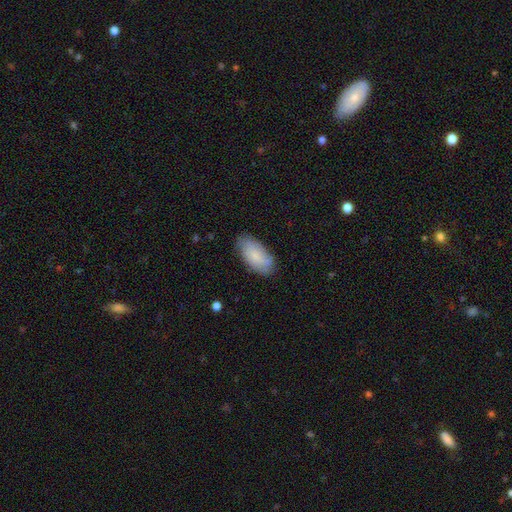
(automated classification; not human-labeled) Smooth or featured? Predicted: smooth (p=0.70). How rounded? Predicted: in between (p=0.93). Merging? Predicted: none (p=0.76).